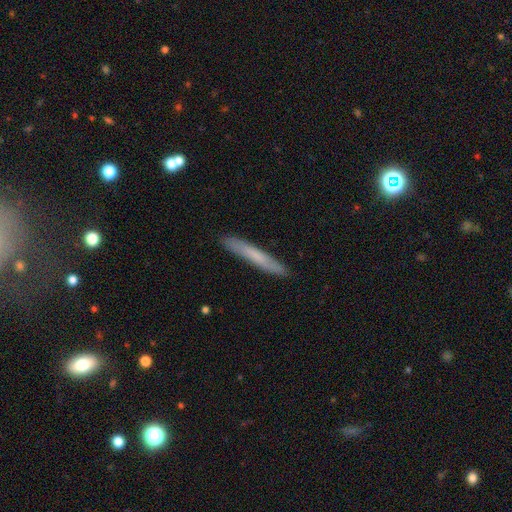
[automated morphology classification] Overall: smooth (64%; featured or disk 29%). How rounded: cigar-shaped (95%). Merging: none (89%).